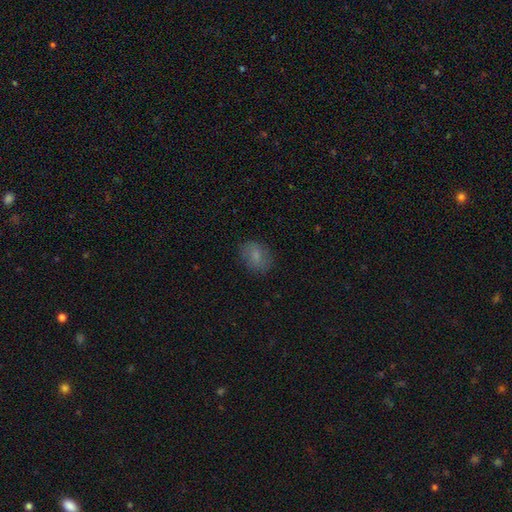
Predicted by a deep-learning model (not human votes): smooth-or-featured: smooth: 76% | featured or disk: 14% | star or artifact: 10%
  how-rounded: in between: 64% | round: 35% | cigar-shaped: 1%
  merging: none: 81% | minor disturbance: 14% | major disturbance: 4% | merger: 1%